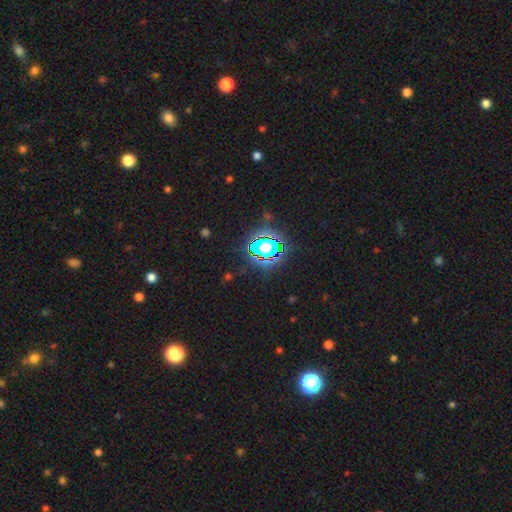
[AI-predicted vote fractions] Morphology: type=star or artifact (80%).